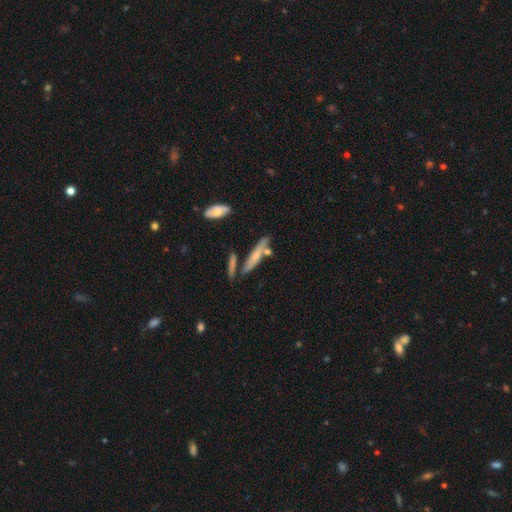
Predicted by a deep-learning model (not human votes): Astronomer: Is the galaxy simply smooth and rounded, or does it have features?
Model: smooth — 49% (runner-up: featured or disk, 44%).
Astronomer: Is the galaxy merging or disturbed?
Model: none — 70%.